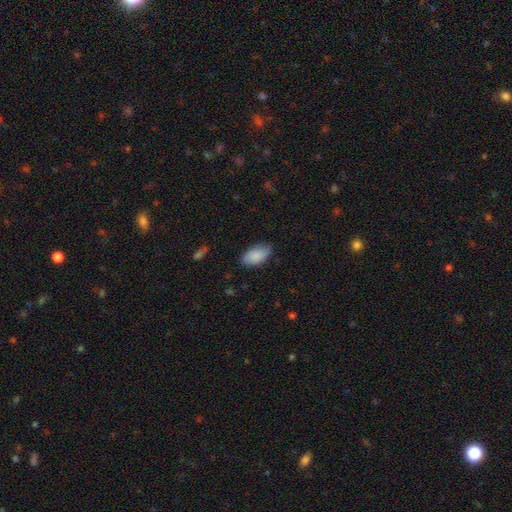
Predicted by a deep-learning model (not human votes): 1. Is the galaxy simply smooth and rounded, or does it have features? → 87% smooth, 7% featured or disk, 6% star or artifact.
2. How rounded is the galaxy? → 94% in between, 4% cigar-shaped, 3% round.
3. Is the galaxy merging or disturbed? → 81% none, 15% minor disturbance, 3% major disturbance, 1% merger.